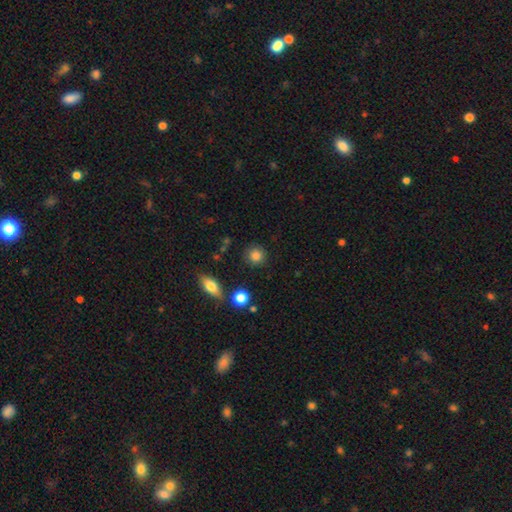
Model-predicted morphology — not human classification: A smooth galaxy with no disk features (84%) that is round (89%).

Vote fractions:
- Smooth or featured? smooth: 84% / star or artifact: 9% / featured or disk: 6%
- How rounded? round: 89% / in between: 10% / cigar-shaped: 1%
- Merging? none: 86% / minor disturbance: 8% / major disturbance: 3% / merger: 3%